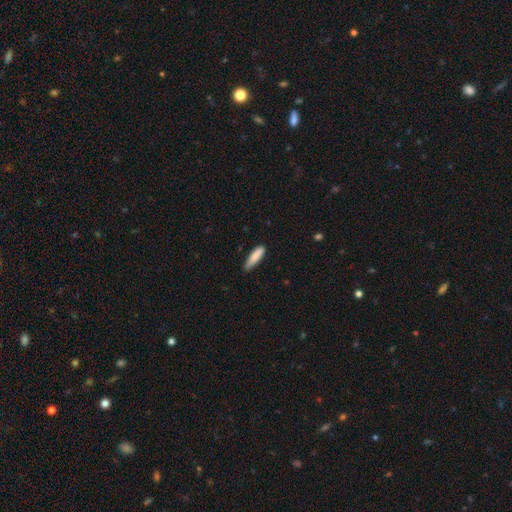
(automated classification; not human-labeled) Q: Smooth or featured?
A: smooth (85%); runner-up: featured or disk (8%)
Q: How rounded?
A: cigar-shaped (69%); runner-up: in between (30%)
Q: Merging?
A: none (68%); runner-up: minor disturbance (26%)